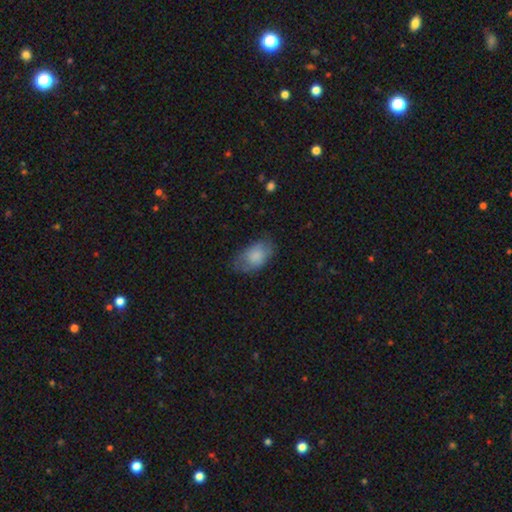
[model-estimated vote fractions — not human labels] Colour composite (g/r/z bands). It shows a smooth galaxy with no disk features (80%) that is in between round and cigar-shaped (92%). Merging: none (65%).